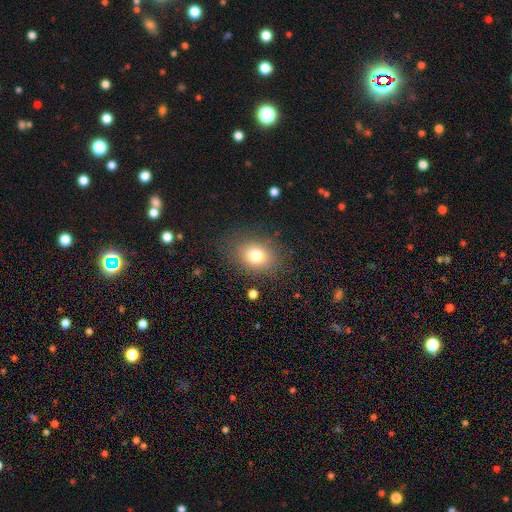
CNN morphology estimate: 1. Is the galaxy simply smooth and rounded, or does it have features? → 77% smooth, 13% star or artifact, 11% featured or disk.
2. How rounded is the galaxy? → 50% in between, 49% round, 1% cigar-shaped.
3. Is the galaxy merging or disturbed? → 82% none, 11% minor disturbance, 5% major disturbance, 1% merger.